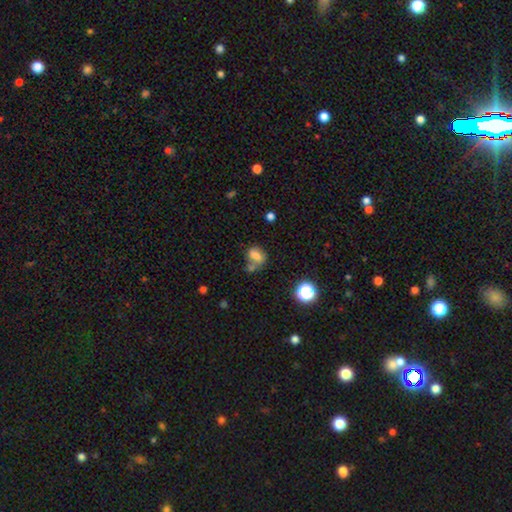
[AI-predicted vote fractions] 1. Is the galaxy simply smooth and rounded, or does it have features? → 69% smooth, 17% featured or disk, 14% star or artifact.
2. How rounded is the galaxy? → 68% in between, 30% round, 2% cigar-shaped.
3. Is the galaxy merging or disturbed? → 40% none, 32% merger, 18% minor disturbance, 10% major disturbance.